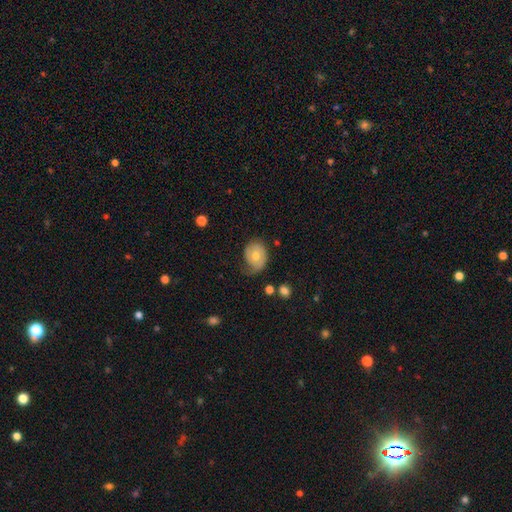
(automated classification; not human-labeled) smooth_or_featured: featured or disk (p=0.51) [alt: smooth p=0.42]
disk_edge_on: no (p=0.96) [alt: yes p=0.04]
merging: none (p=0.48) [alt: minor disturbance p=0.32]